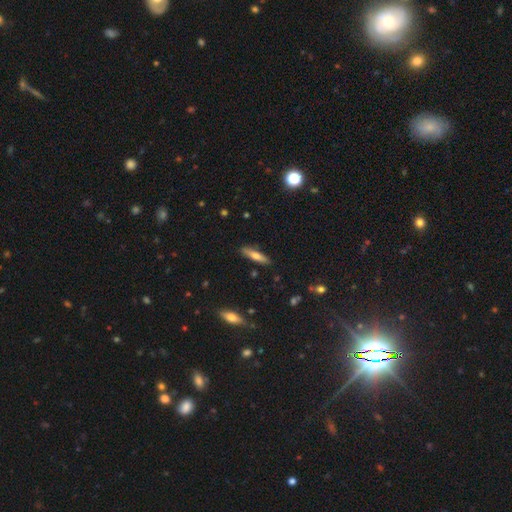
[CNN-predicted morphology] smooth 66%, featured or disk 27%, star or artifact 7%. Down the decision tree: how rounded — cigar-shaped (79%); merging — none (86%).